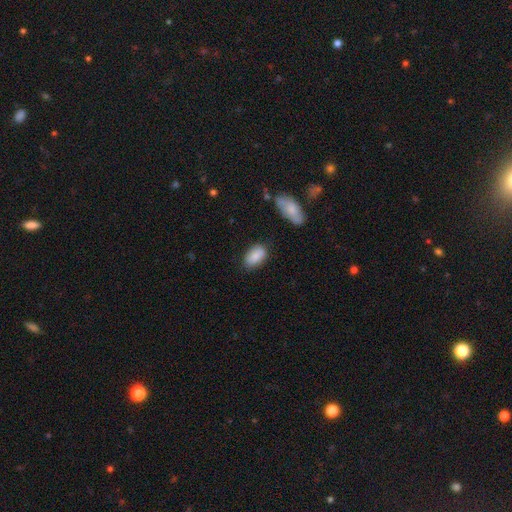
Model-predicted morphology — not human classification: smooth-or-featured: smooth: 86% | featured or disk: 7% | star or artifact: 7%
  how-rounded: in between: 93% | round: 5% | cigar-shaped: 2%
  merging: none: 77% | minor disturbance: 16% | merger: 4% | major disturbance: 3%